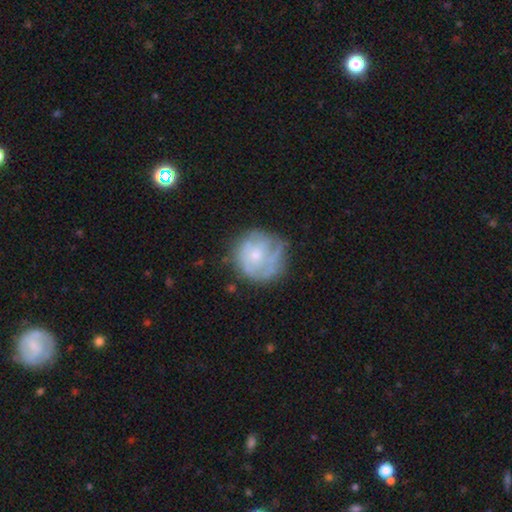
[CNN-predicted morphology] This appears to be a featured or disk galaxy (55%) with no bar (81%), spiral arms (56%) and a small central bulge (60%). Merging: none (58%).